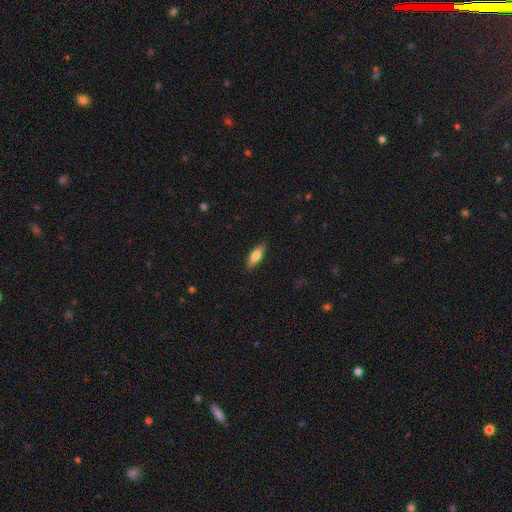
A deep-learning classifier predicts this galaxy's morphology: Smooth or featured? Predicted: smooth (p=0.75). How rounded? Predicted: in between (p=0.60). Merging? Predicted: none (p=0.87).